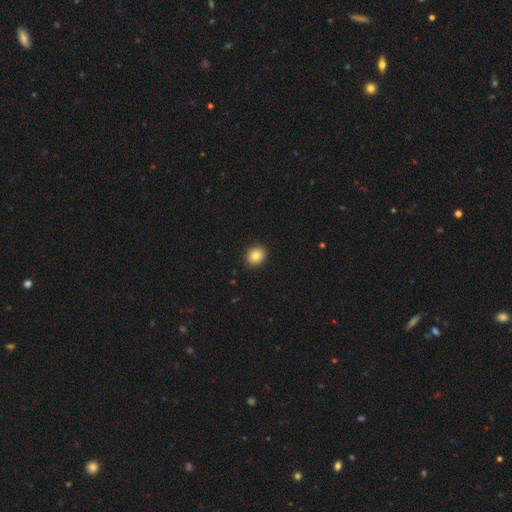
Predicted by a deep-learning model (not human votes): Smooth or featured?
  - smooth: 85% *
  - star or artifact: 9%
  - featured or disk: 6%
How rounded?
  - round: 61% *
  - in between: 38%
  - cigar-shaped: 1%
Merging?
  - none: 91% *
  - minor disturbance: 6%
  - major disturbance: 2%
  - merger: 1%